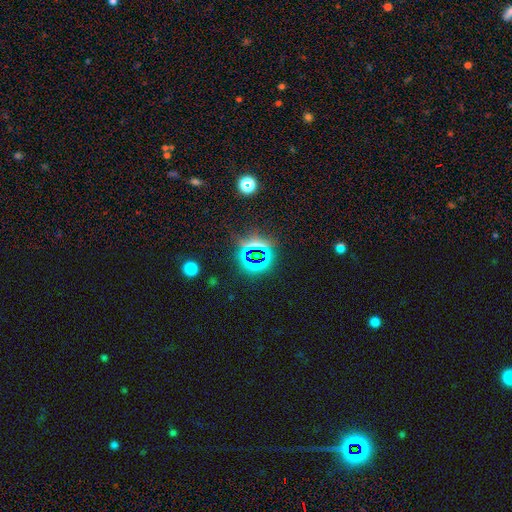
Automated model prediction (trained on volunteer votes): smooth-or-featured: star or artifact: 74% | smooth: 16% | featured or disk: 9%